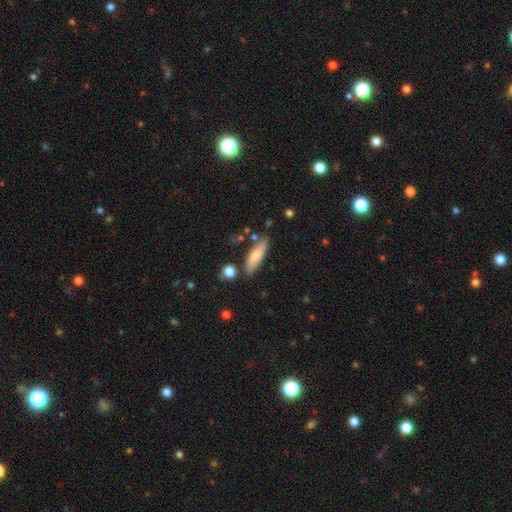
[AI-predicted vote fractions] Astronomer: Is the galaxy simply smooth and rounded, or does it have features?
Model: smooth — 75%.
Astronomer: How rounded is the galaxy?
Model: cigar-shaped — 60% (runner-up: in between, 38%).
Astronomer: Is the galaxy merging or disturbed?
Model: none — 76%.